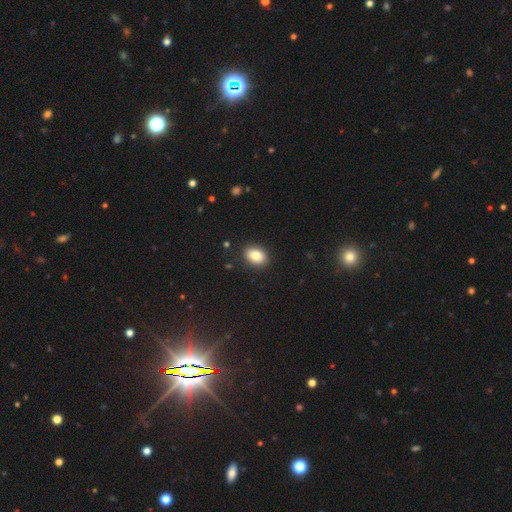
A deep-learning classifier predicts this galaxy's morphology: type=smooth (84%); roundness=in between (80%); merging=none (88%).